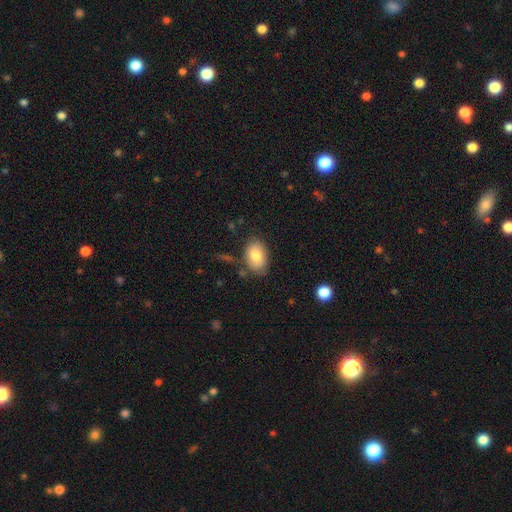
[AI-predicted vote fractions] Smooth or featured? Predicted: smooth (p=0.79). How rounded? Predicted: in between (p=0.89). Merging? Predicted: none (p=0.76).